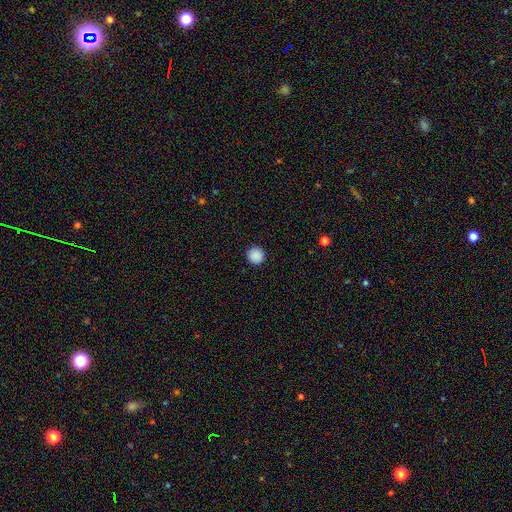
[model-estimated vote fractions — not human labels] A smooth galaxy with no disk features (89%) that is round (96%).

Vote fractions:
- Smooth or featured? smooth: 89% / star or artifact: 9% / featured or disk: 2%
- How rounded? round: 96% / in between: 3% / cigar-shaped: 1%
- Merging? none: 93% / minor disturbance: 4% / major disturbance: 2% / merger: 1%